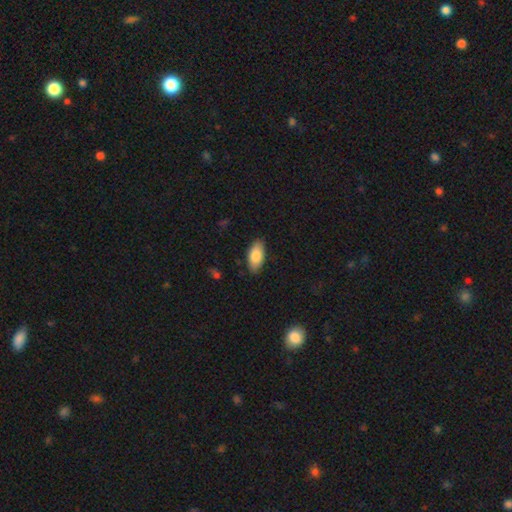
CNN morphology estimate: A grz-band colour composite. It shows a smooth galaxy with no disk features (83%) that is in between round and cigar-shaped (92%). Merging: none (86%).